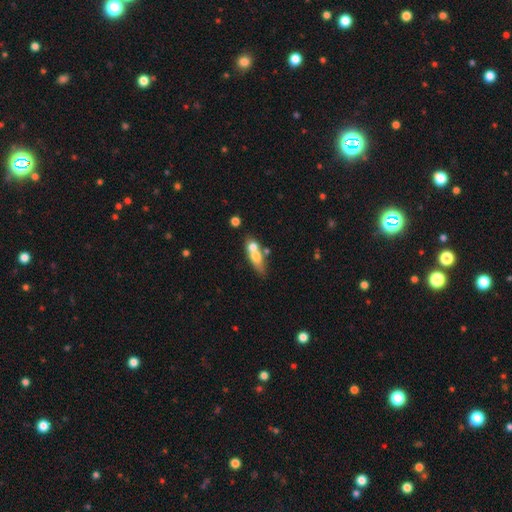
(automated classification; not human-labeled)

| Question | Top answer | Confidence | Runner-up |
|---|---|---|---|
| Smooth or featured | smooth | 61% | featured or disk (31%) |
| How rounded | in between | 53% | cigar-shaped (35%) |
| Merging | merger | 44% | none (37%) |